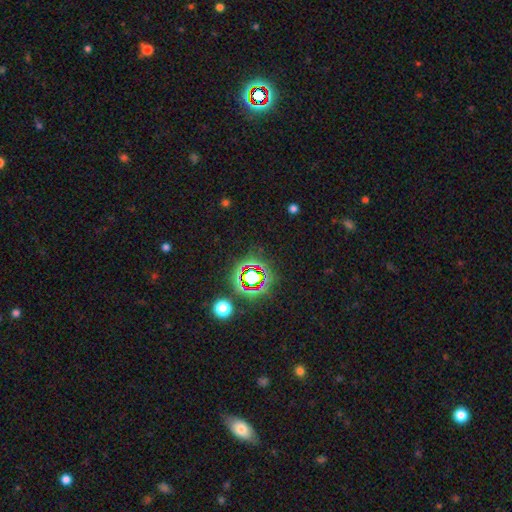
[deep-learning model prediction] smooth-or-featured: star or artifact: 69% | smooth: 19% | featured or disk: 12%